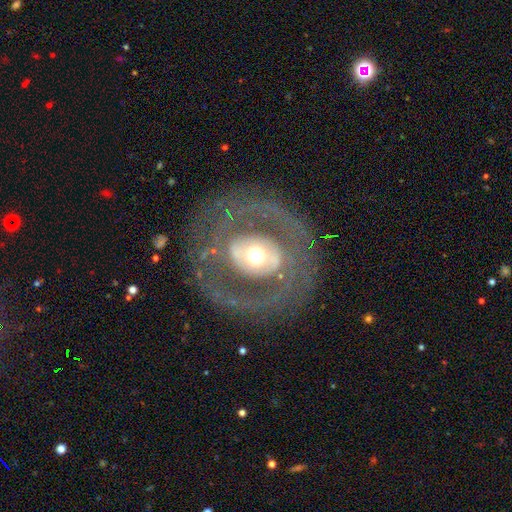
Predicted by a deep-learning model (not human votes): This is likely a featured or disk galaxy (76%). It is clearly not viewed edge-on (95%). Bar: possibly no (58%). Spiral arm pattern: possibly yes (58%). Central bulge: possibly moderate (55%). Merging: likely none (75%).